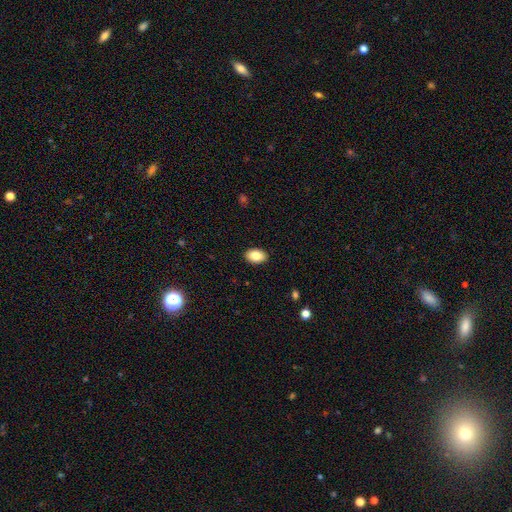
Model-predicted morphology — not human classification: A smooth galaxy with no disk features (83%) that is in between round and cigar-shaped (89%).

Vote fractions:
- Smooth or featured? smooth: 83% / featured or disk: 9% / star or artifact: 7%
- How rounded? in between: 89% / round: 10% / cigar-shaped: 1%
- Merging? none: 90% / minor disturbance: 8% / major disturbance: 2% / merger: 1%